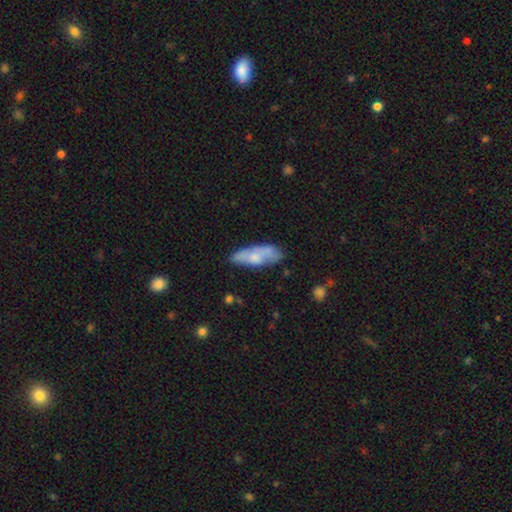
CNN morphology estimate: Smooth or featured?
  - smooth: 60% *
  - featured or disk: 34%
  - star or artifact: 6%
How rounded?
  - in between: 61% *
  - cigar-shaped: 37%
  - round: 2%
Merging?
  - none: 58% *
  - minor disturbance: 27%
  - major disturbance: 9%
  - merger: 6%